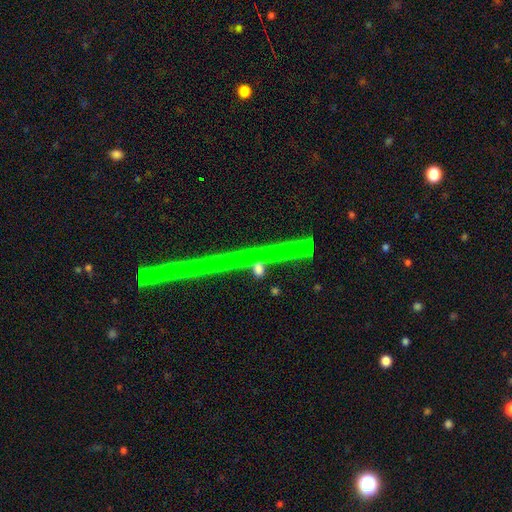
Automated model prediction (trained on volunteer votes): Smooth or featured? Predicted: star or artifact (p=0.69).